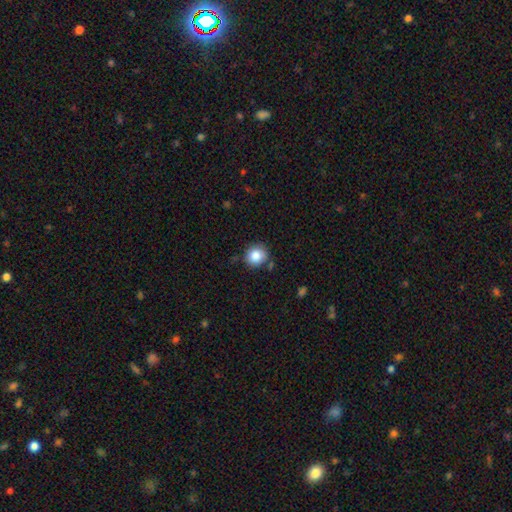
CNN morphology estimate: smooth_or_featured: smooth (p=0.85) [alt: star or artifact p=0.09]
how_rounded: round (p=0.84) [alt: in between p=0.15]
merging: none (p=0.79) [alt: minor disturbance p=0.13]